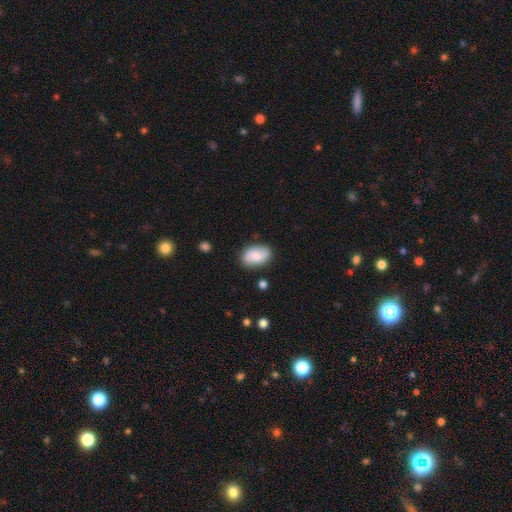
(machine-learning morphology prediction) Smooth or featured?
  - smooth: 74% *
  - featured or disk: 19%
  - star or artifact: 7%
How rounded?
  - in between: 88% *
  - round: 10%
  - cigar-shaped: 1%
Merging?
  - none: 80% *
  - minor disturbance: 14%
  - major disturbance: 3%
  - merger: 2%